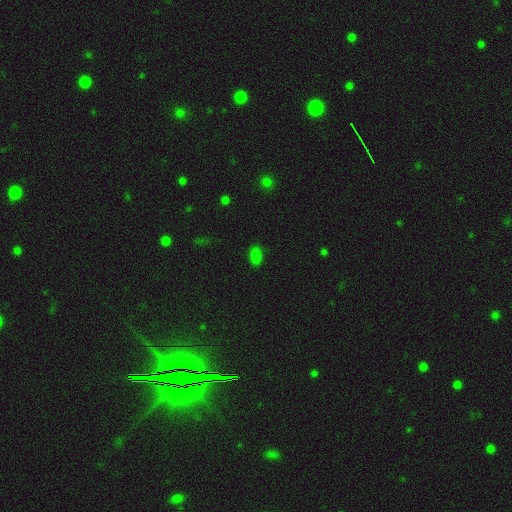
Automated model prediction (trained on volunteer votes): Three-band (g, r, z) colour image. It shows a smooth galaxy with no disk features (79%) that is in between round and cigar-shaped (92%). Merging: none (84%).